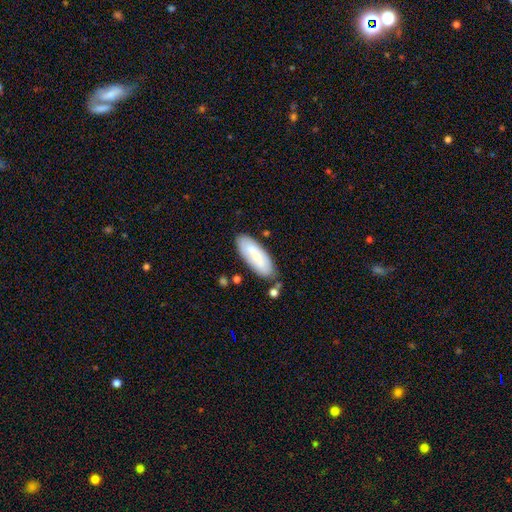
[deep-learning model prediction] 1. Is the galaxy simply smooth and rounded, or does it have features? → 72% smooth, 22% featured or disk, 6% star or artifact.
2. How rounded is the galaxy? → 72% in between, 26% cigar-shaped, 2% round.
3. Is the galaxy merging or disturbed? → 76% none, 15% minor disturbance, 6% merger, 3% major disturbance.